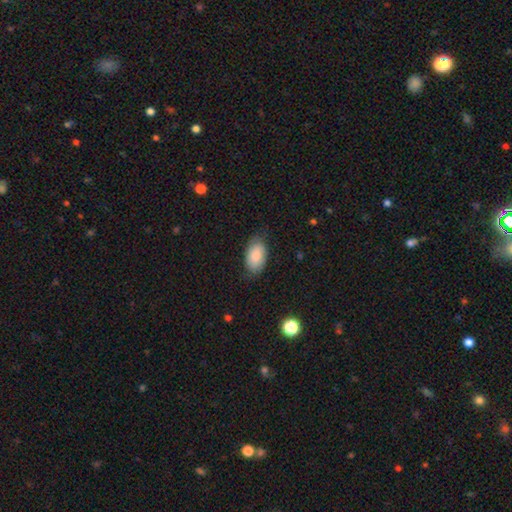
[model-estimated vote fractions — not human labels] Morphology: type=smooth (81%); roundness=in between (94%); merging=none (74%).